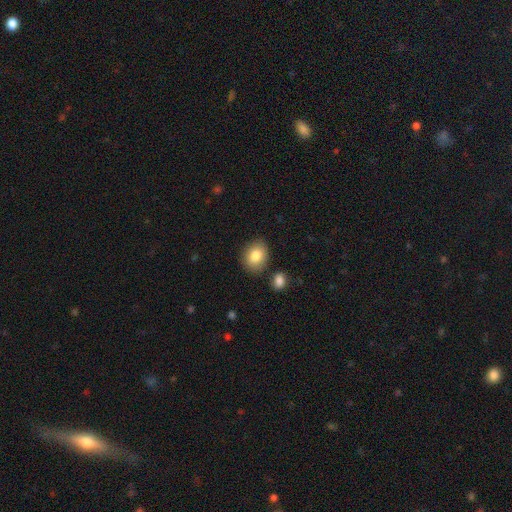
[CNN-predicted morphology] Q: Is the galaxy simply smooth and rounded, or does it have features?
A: smooth — 84%.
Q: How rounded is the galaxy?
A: in between — 53%.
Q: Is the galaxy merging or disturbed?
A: none — 82%.